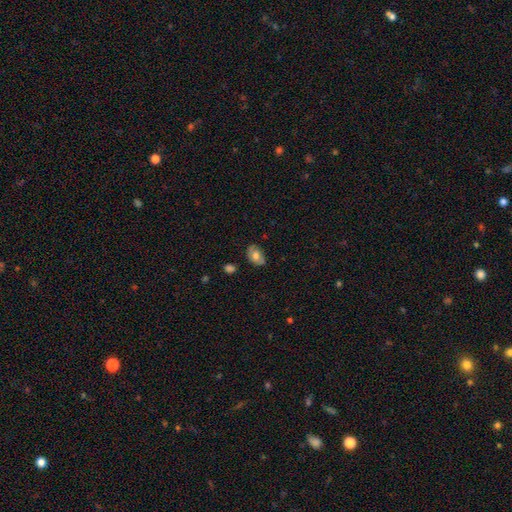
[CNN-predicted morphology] Smooth or featured: smooth — 69% (featured or disk — 23%)
How rounded: in between — 87% (round — 11%)
Merging: none — 75% (minor disturbance — 20%)